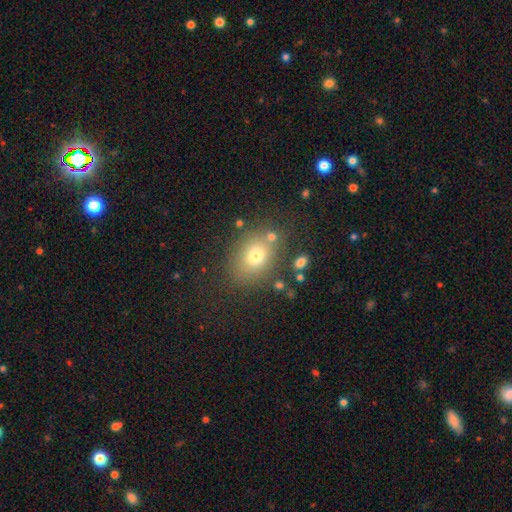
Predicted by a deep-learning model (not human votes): smooth-or-featured: smooth: 73% | star or artifact: 14% | featured or disk: 13%
  how-rounded: in between: 57% | round: 42% | cigar-shaped: 1%
  merging: none: 73% | minor disturbance: 13% | merger: 8% | major disturbance: 5%